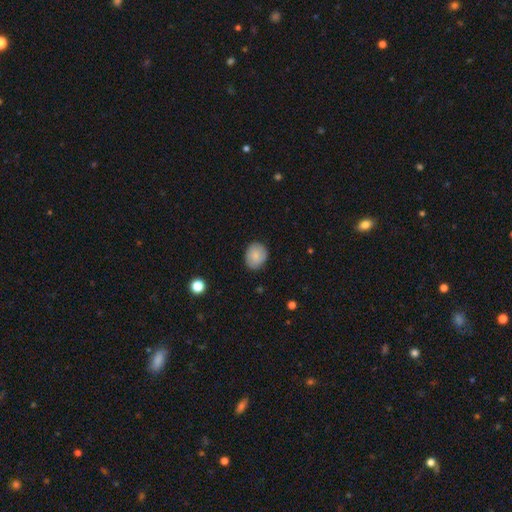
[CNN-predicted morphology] smooth 83%, featured or disk 10%, star or artifact 7%. Down the decision tree: how rounded — round (57%); merging — none (86%).